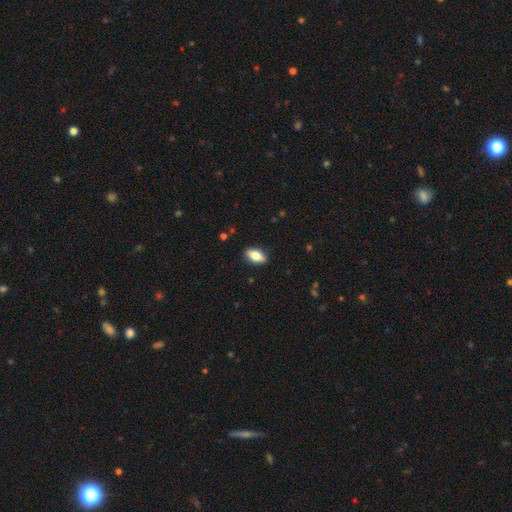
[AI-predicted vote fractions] Overall: smooth (77%). How rounded: in between (89%). Merging: none (87%).